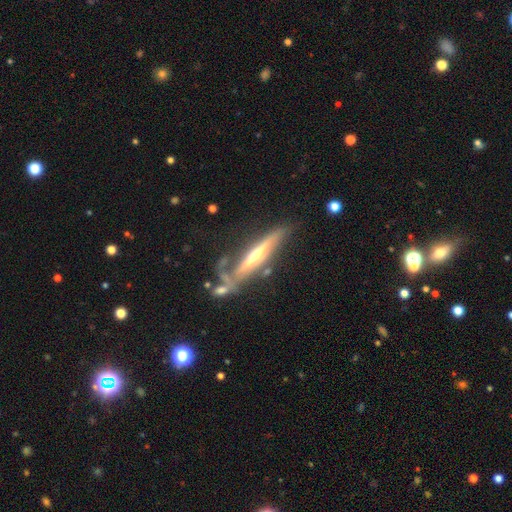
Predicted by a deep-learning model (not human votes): A featured or disk galaxy (76%) viewed edge-on (86%) with a rounded central bulge (73%).

Vote fractions:
- Smooth or featured? featured or disk: 76% / smooth: 18% / star or artifact: 6%
- Edge-on disk? yes: 86% / no: 14%
- Edge-on bulge? rounded: 73% / none: 20% / boxy: 8%
- Merging? none: 51% / minor disturbance: 24% / merger: 14% / major disturbance: 12%